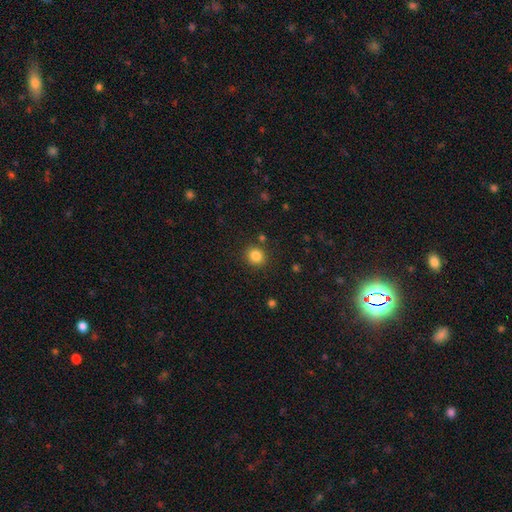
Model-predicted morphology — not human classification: The model was most divided on "how rounded": round: 84%, in between: 15%, cigar-shaped: 1%. More confident: merging — none (87%); smooth or featured — smooth (84%).